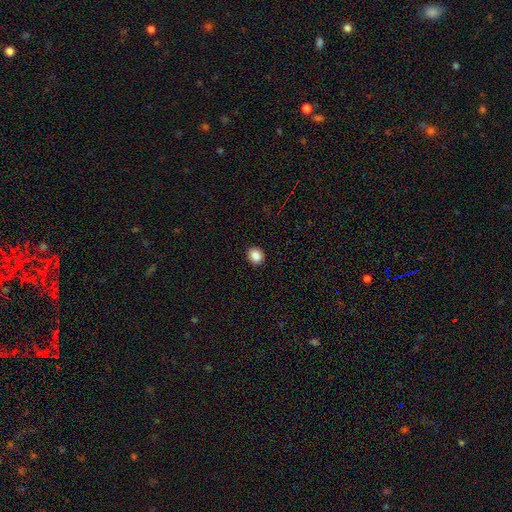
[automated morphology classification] Q: Smooth or featured?
A: smooth (87%); runner-up: star or artifact (9%)
Q: How rounded?
A: round (69%); runner-up: in between (30%)
Q: Merging?
A: none (91%); runner-up: minor disturbance (6%)